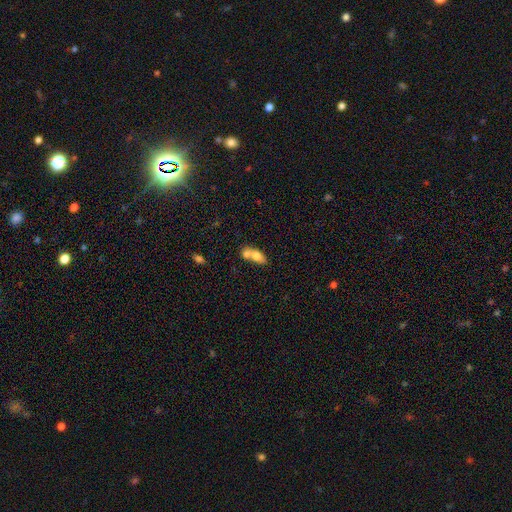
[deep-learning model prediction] Smooth or featured? Predicted: smooth (p=0.71). How rounded? Predicted: in between (p=0.78). Merging? Predicted: merger (p=0.62).